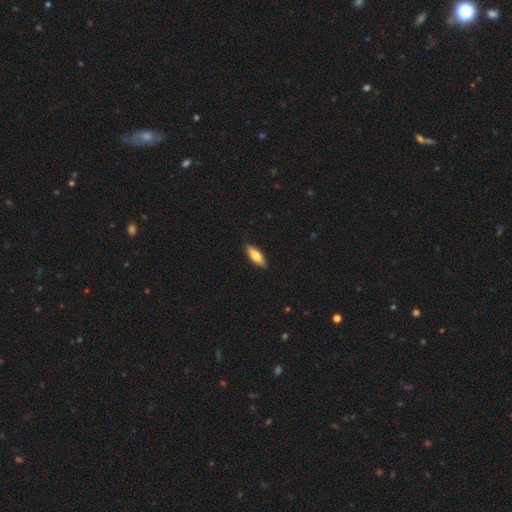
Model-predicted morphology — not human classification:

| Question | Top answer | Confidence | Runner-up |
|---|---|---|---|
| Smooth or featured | smooth | 76% | featured or disk (18%) |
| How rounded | in between | 58% | cigar-shaped (40%) |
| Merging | none | 88% | minor disturbance (9%) |